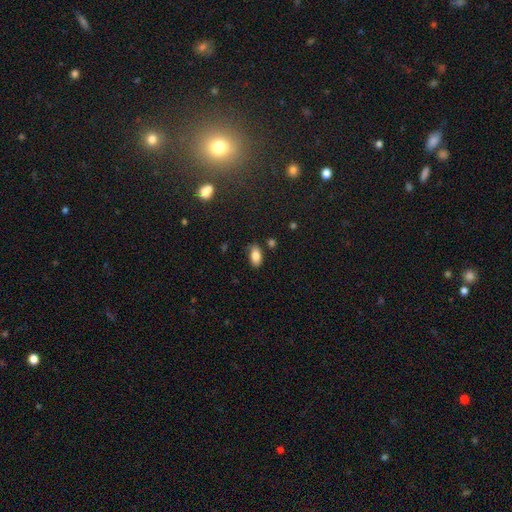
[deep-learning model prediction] Smooth or featured?
  - smooth: 85% *
  - star or artifact: 8%
  - featured or disk: 7%
How rounded?
  - in between: 92% *
  - round: 5%
  - cigar-shaped: 3%
Merging?
  - none: 78% *
  - minor disturbance: 16%
  - major disturbance: 3%
  - merger: 3%